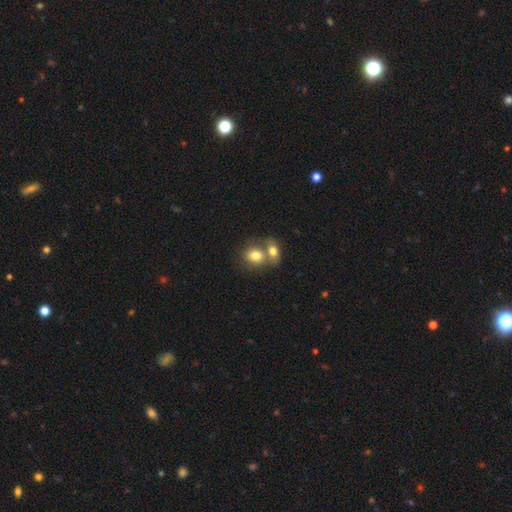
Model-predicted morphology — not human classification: Smooth or featured? Predicted: smooth (p=0.77). How rounded? Predicted: round (p=0.55). Merging? Predicted: merger (p=0.58).